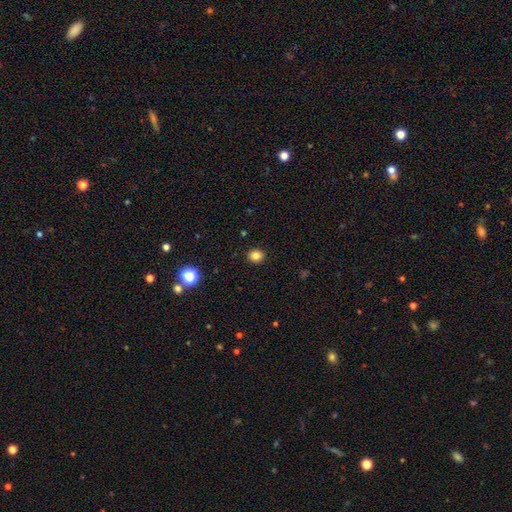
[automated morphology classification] Overall: smooth (82%). How rounded: round (81%). Merging: none (91%).